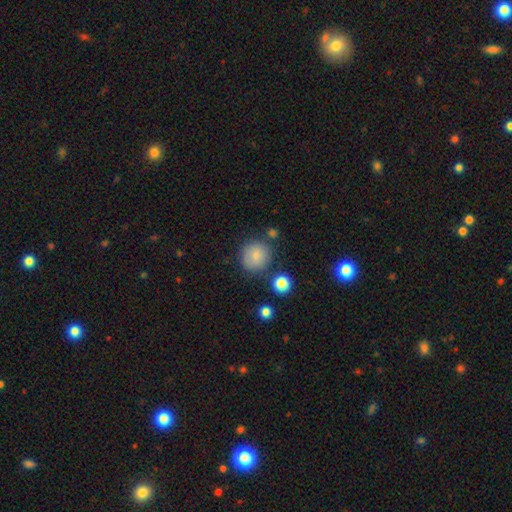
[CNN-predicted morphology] Q: Smooth or featured?
A: smooth (81%); runner-up: star or artifact (10%)
Q: How rounded?
A: round (90%); runner-up: in between (9%)
Q: Merging?
A: none (78%); runner-up: minor disturbance (13%)